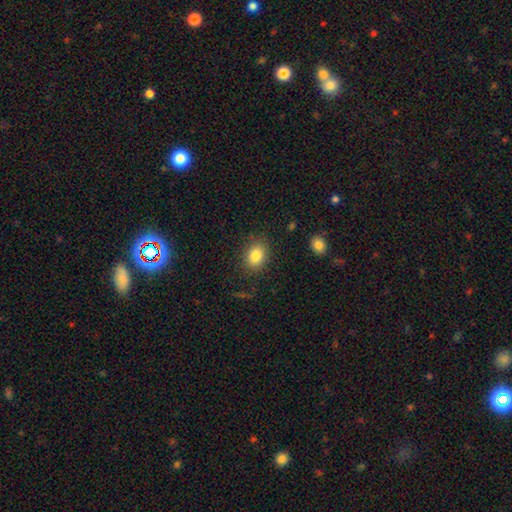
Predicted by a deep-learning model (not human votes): The model was most divided on "how rounded": in between: 55%, round: 44%, cigar-shaped: 1%. More confident: merging — none (85%); smooth or featured — smooth (83%).